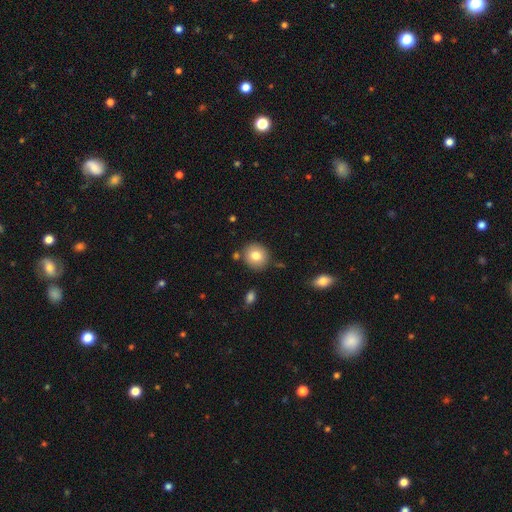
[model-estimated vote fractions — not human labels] Smooth or featured?
  - smooth: 79% *
  - featured or disk: 11%
  - star or artifact: 9%
How rounded?
  - round: 85% *
  - in between: 14%
  - cigar-shaped: 1%
Merging?
  - none: 83% *
  - minor disturbance: 9%
  - merger: 5%
  - major disturbance: 3%